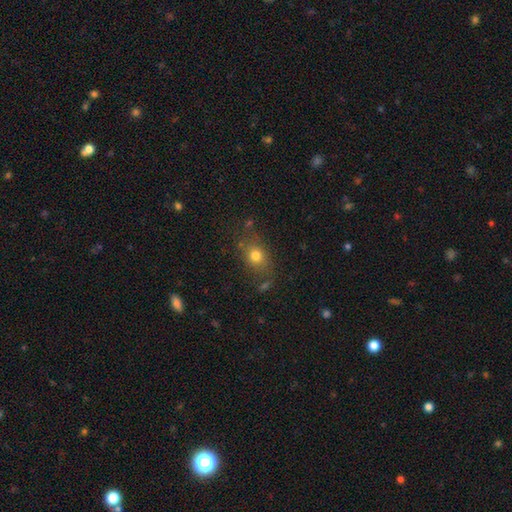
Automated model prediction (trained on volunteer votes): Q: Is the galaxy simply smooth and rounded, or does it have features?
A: smooth — 75%.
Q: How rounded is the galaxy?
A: round — 49%, tied with in between.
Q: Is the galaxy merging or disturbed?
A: none — 71%.